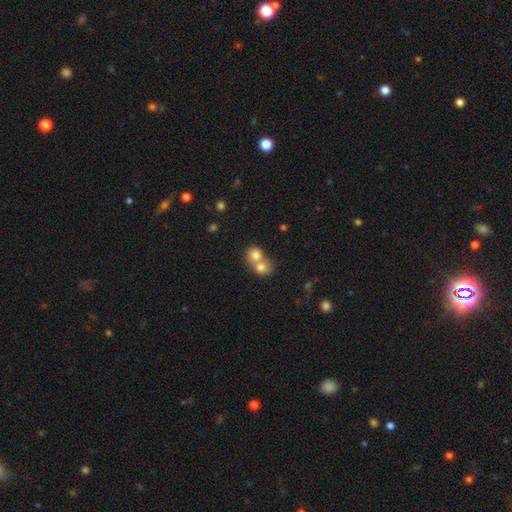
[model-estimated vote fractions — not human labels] smooth-or-featured: smooth: 77% | featured or disk: 13% | star or artifact: 10%
  how-rounded: round: 78% | in between: 21% | cigar-shaped: 1%
  merging: merger: 67% | none: 26% | minor disturbance: 4% | major disturbance: 2%